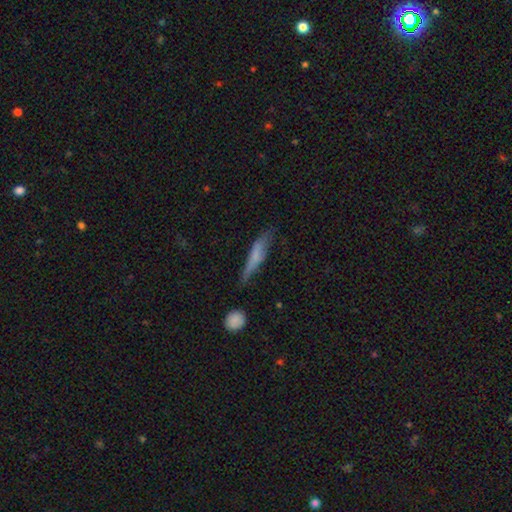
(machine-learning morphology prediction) Smooth or featured? Predicted: smooth (p=0.56). How rounded? Predicted: cigar-shaped (p=0.84). Merging? Predicted: none (p=0.61).